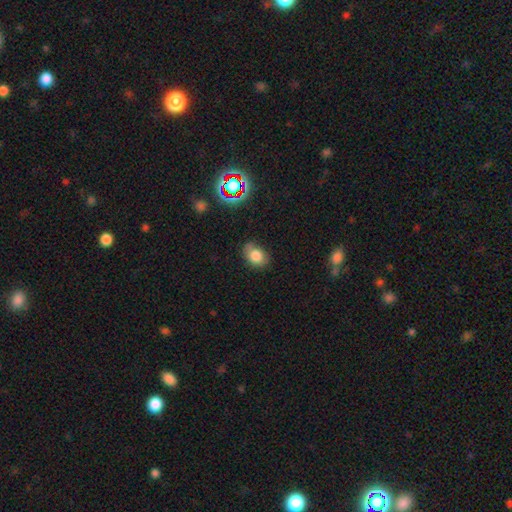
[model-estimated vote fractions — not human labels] smooth_or_featured: smooth (p=0.79) [alt: star or artifact p=0.12]
how_rounded: in between (p=0.70) [alt: round p=0.29]
merging: none (p=0.67) [alt: minor disturbance p=0.25]